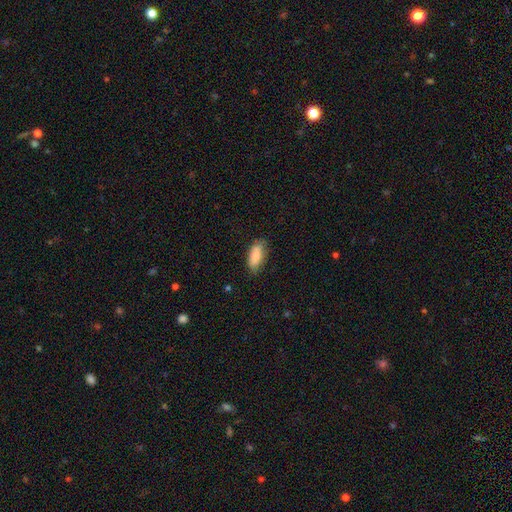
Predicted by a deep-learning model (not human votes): Smooth or featured?
  - smooth: 86% *
  - featured or disk: 7%
  - star or artifact: 6%
How rounded?
  - in between: 84% *
  - cigar-shaped: 14%
  - round: 2%
Merging?
  - none: 73% *
  - minor disturbance: 21%
  - major disturbance: 4%
  - merger: 1%